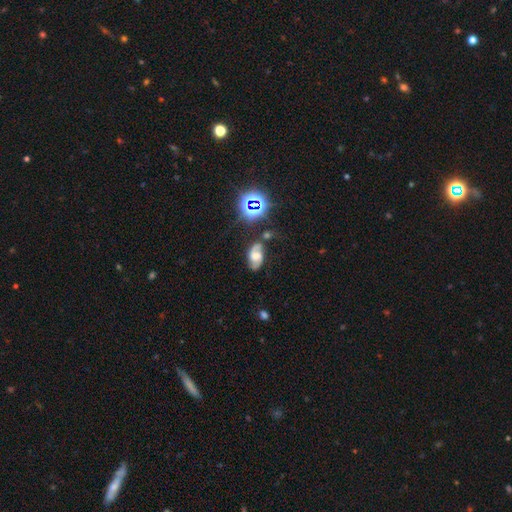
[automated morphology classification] Smooth or featured? Predicted: featured or disk (p=0.61). Edge-on disk? Predicted: no (p=0.95). Bar? Predicted: no (p=0.53). Spiral arms? Predicted: yes (p=0.89). Spiral winding? Predicted: medium (p=0.45). Spiral arm count? Predicted: 2 (p=0.87). Bulge size? Predicted: moderate (p=0.45). Merging? Predicted: none (p=0.63).